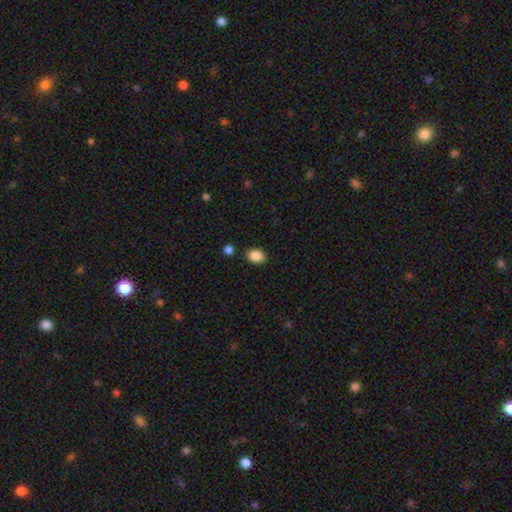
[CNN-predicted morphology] A smooth galaxy with no disk features (88%) that is in between round and cigar-shaped (72%).

Vote fractions:
- Smooth or featured? smooth: 88% / star or artifact: 9% / featured or disk: 4%
- How rounded? in between: 72% / round: 27% / cigar-shaped: 1%
- Merging? none: 83% / minor disturbance: 10% / merger: 4% / major disturbance: 3%